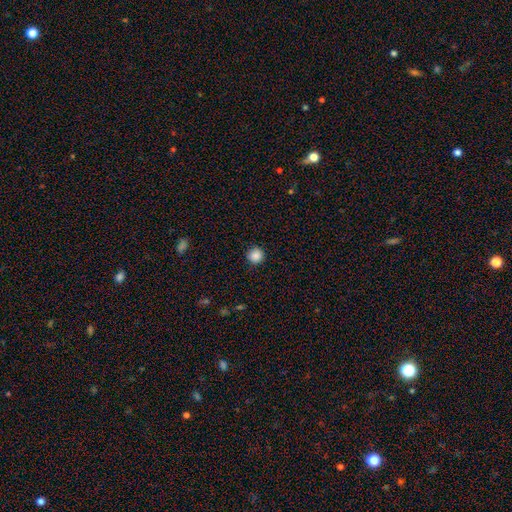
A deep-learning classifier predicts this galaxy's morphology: A smooth galaxy with no disk features (87%) that is round (95%).

Vote fractions:
- Smooth or featured? smooth: 87% / star or artifact: 10% / featured or disk: 3%
- How rounded? round: 95% / in between: 4% / cigar-shaped: 1%
- Merging? none: 91% / minor disturbance: 6% / major disturbance: 2% / merger: 1%